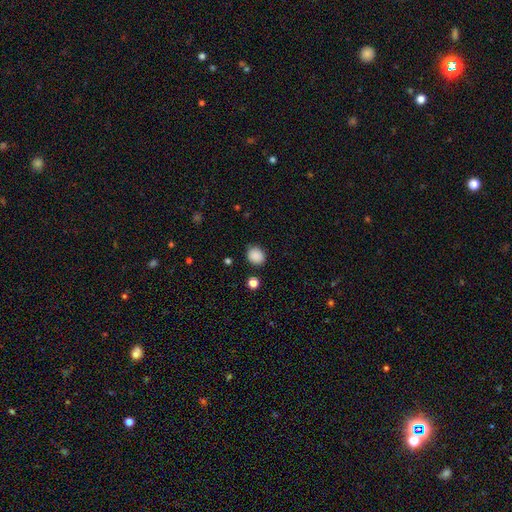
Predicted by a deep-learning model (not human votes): Smooth or featured? Predicted: smooth (p=0.88). How rounded? Predicted: round (p=0.70). Merging? Predicted: none (p=0.84).